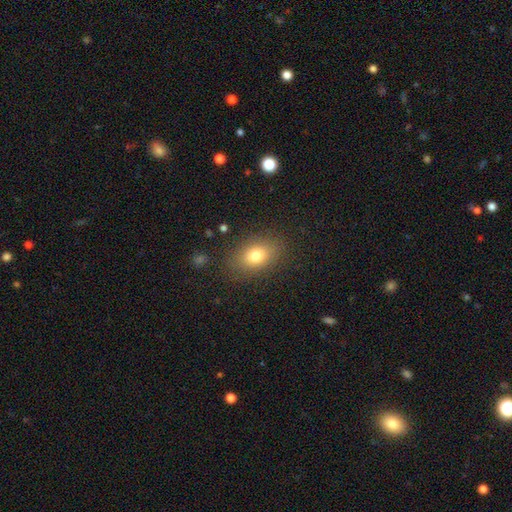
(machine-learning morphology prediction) Smooth or featured? Predicted: smooth (p=0.77). How rounded? Predicted: in between (p=0.76). Merging? Predicted: none (p=0.84).